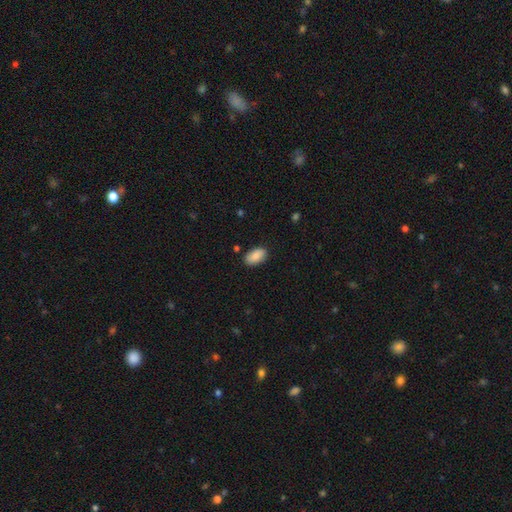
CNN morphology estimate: This appears to be a smooth galaxy with no disk features (89%) that is in between round and cigar-shaped (94%). Merging: none (86%).